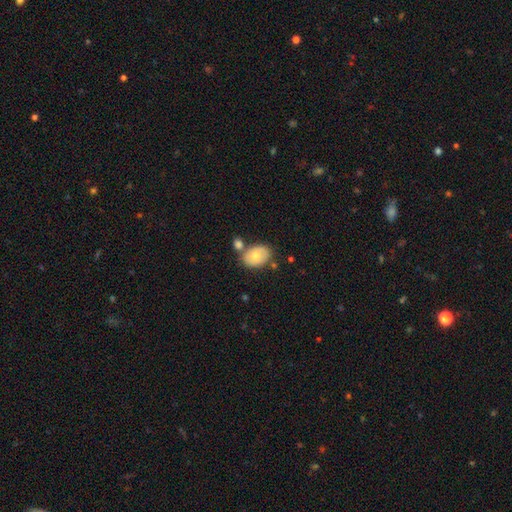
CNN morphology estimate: Smooth or featured? Predicted: smooth (p=0.69). How rounded? Predicted: in between (p=0.80). Merging? Predicted: none (p=0.58).